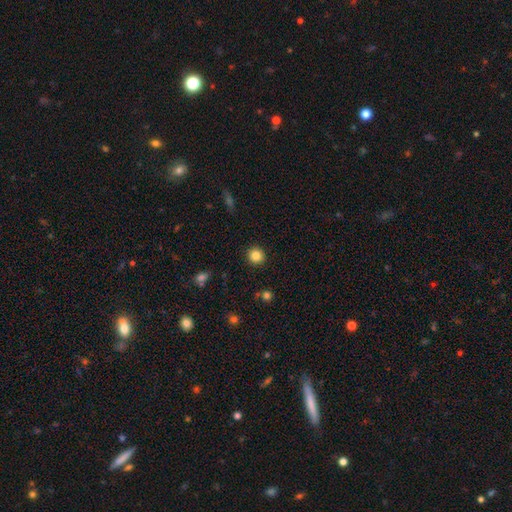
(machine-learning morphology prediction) smooth 85%, star or artifact 11%, featured or disk 5%. Down the decision tree: how rounded — round (94%); merging — none (92%).